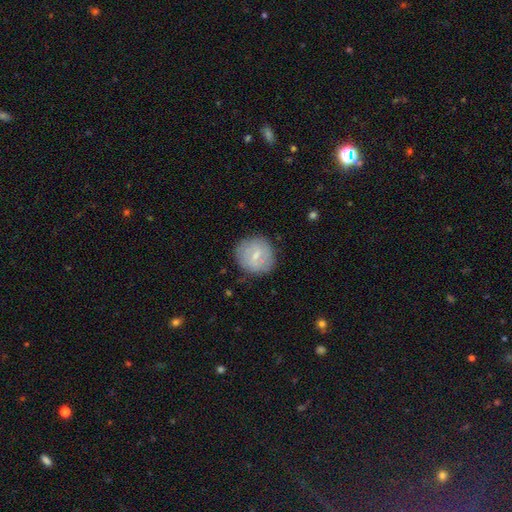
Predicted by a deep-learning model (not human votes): Q: Smooth or featured?
A: smooth (57%); runner-up: featured or disk (35%)
Q: How rounded?
A: round (89%); runner-up: in between (10%)
Q: Merging?
A: none (79%); runner-up: minor disturbance (14%)